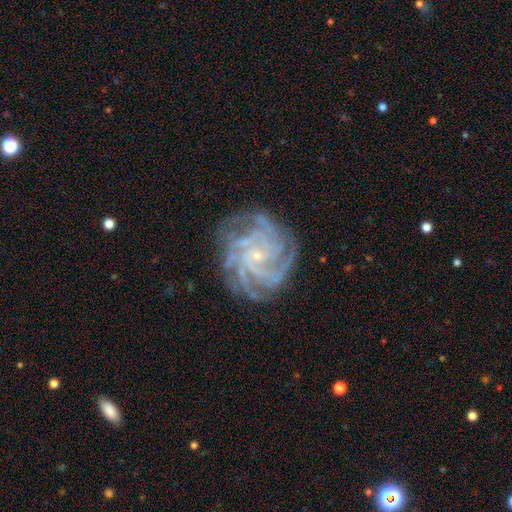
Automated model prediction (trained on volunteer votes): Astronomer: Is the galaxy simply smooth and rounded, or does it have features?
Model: featured or disk — 89%.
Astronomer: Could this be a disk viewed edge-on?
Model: no — 98%.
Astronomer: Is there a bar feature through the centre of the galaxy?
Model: no — 67%.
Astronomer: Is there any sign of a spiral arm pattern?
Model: yes — 98%.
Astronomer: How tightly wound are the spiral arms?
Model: tight — 69%.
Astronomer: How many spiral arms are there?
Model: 4 — 35% (runner-up: more than 4, 28%).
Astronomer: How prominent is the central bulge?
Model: small — 85%.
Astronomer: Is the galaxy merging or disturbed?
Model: none — 76%.